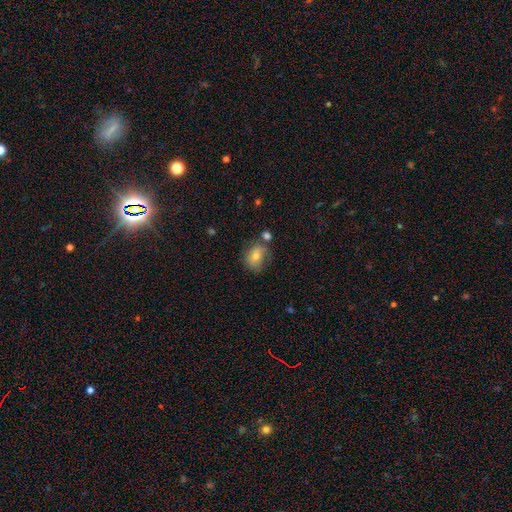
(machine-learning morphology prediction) Smooth or featured: smooth — 65% (featured or disk — 23%)
How rounded: in between — 59% (round — 39%)
Merging: none — 54% (minor disturbance — 25%)